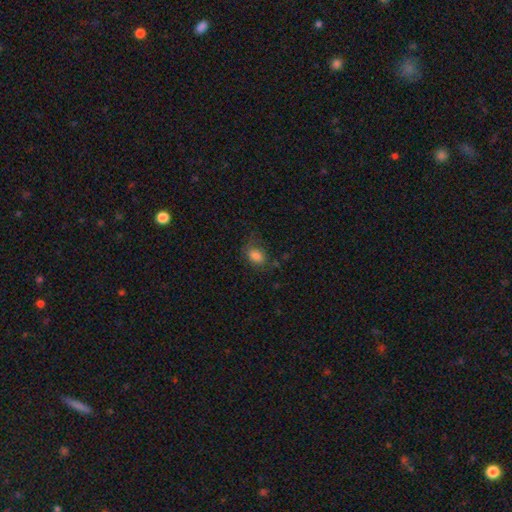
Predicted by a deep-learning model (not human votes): A smooth galaxy with no disk features (81%) that is in between round and cigar-shaped (73%).

Vote fractions:
- Smooth or featured? smooth: 81% / star or artifact: 11% / featured or disk: 9%
- How rounded? in between: 73% / round: 25% / cigar-shaped: 2%
- Merging? none: 58% / minor disturbance: 24% / major disturbance: 15% / merger: 2%